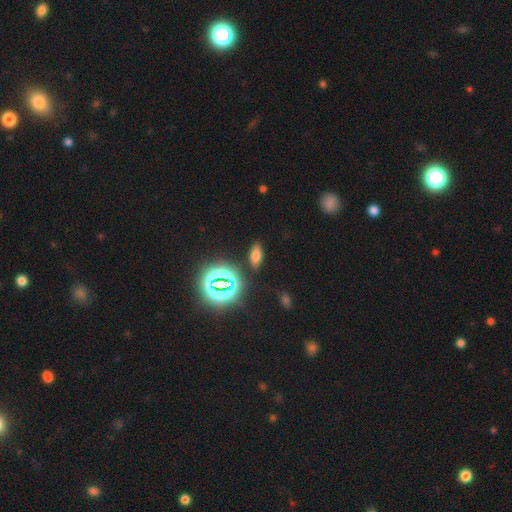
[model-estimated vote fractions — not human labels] smooth_or_featured: smooth (p=0.61) [alt: star or artifact p=0.29]
how_rounded: in between (p=0.78) [alt: cigar-shaped p=0.15]
merging: none (p=0.87) [alt: minor disturbance p=0.08]